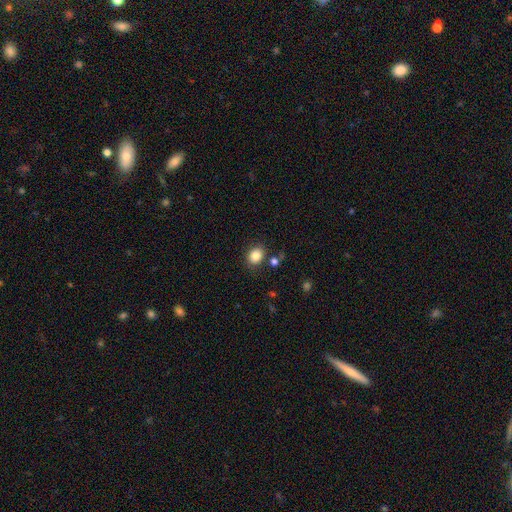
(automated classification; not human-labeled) Smooth or featured? Predicted: smooth (p=0.85). How rounded? Predicted: round (p=0.53). Merging? Predicted: none (p=0.81).